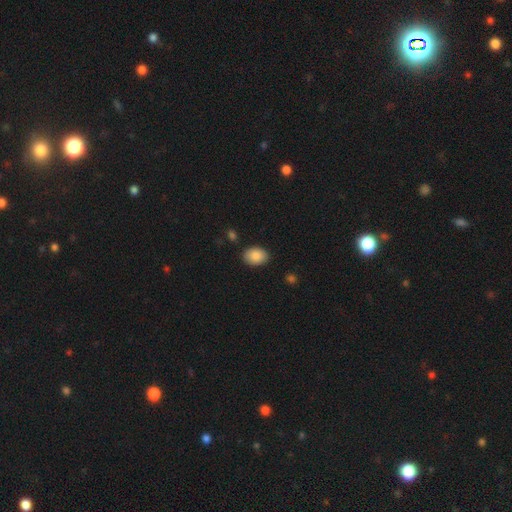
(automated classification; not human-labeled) smooth-or-featured: smooth: 87% | star or artifact: 7% | featured or disk: 6%
  how-rounded: in between: 81% | round: 18% | cigar-shaped: 1%
  merging: none: 86% | minor disturbance: 10% | major disturbance: 2% | merger: 2%